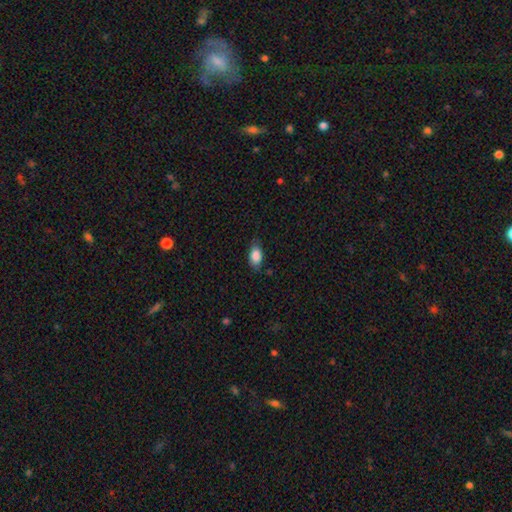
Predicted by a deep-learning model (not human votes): This appears to be a smooth galaxy with no disk features (87%) that is in between round and cigar-shaped (91%). Merging: none (76%).